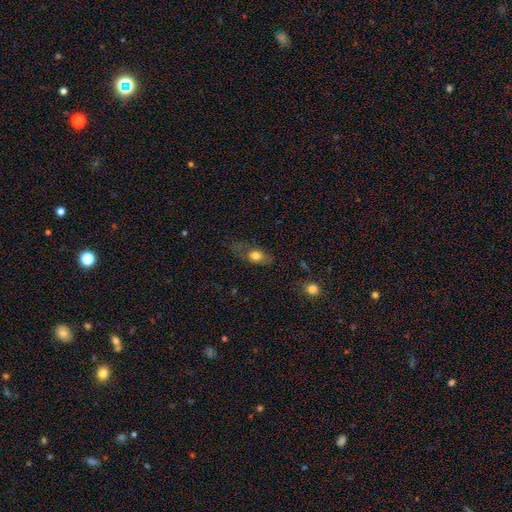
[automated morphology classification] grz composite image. It shows a smooth galaxy with no disk features (72%) that is in between round and cigar-shaped (72%). Merging: none (51%).